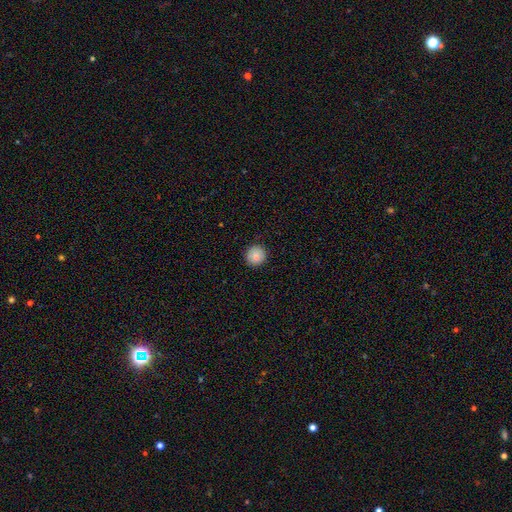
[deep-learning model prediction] A smooth galaxy with no disk features (86%) that is round (94%).

Vote fractions:
- Smooth or featured? smooth: 86% / star or artifact: 9% / featured or disk: 5%
- How rounded? round: 94% / in between: 5% / cigar-shaped: 1%
- Merging? none: 91% / minor disturbance: 6% / major disturbance: 2% / merger: 1%